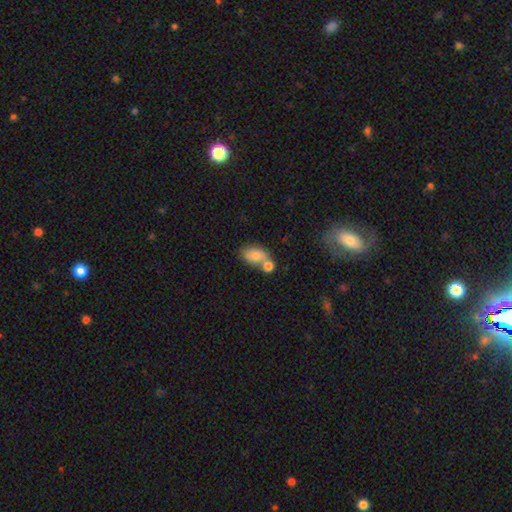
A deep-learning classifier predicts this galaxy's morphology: A smooth galaxy with no disk features (78%) that is in between round and cigar-shaped (86%). Merging: merger (41%).